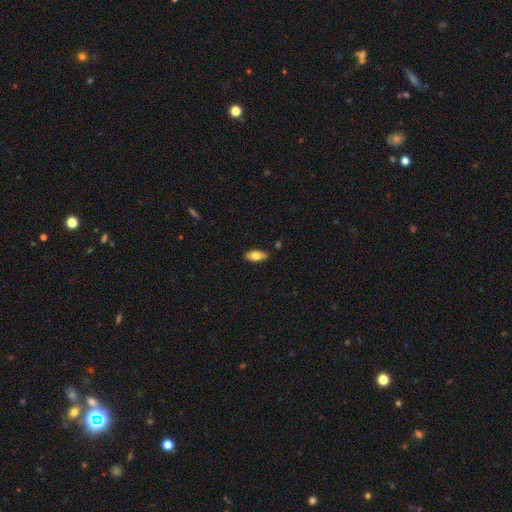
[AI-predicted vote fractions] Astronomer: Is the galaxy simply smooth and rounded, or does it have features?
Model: smooth — 75%.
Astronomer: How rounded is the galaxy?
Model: in between — 87%.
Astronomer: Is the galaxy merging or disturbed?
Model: none — 87%.